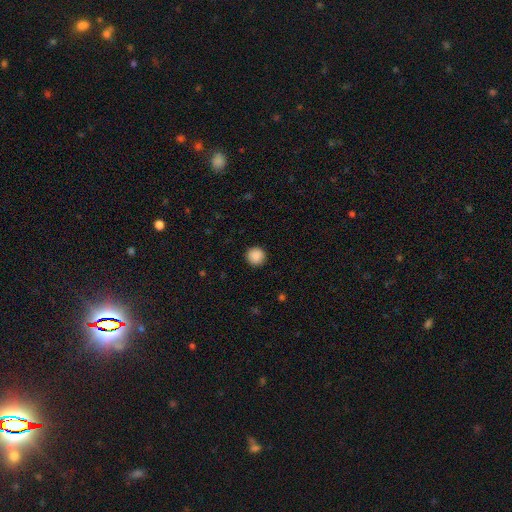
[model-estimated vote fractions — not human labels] This is clearly a smooth galaxy (89%). How rounded: clearly round (95%). Merging: clearly none (92%).